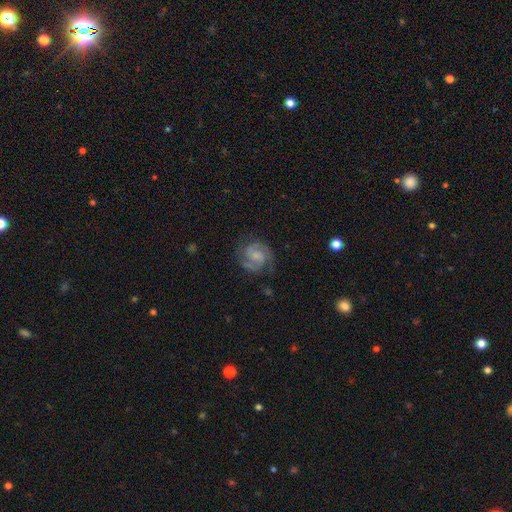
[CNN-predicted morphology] smooth_or_featured: featured or disk (p=0.85) [alt: smooth p=0.09]
disk_edge_on: no (p=0.98) [alt: yes p=0.02]
bar: no (p=0.49) [alt: weak p=0.43]
has_spiral_arms: yes (p=0.97) [alt: no p=0.03]
spiral_winding: medium (p=0.50) [alt: tight p=0.40]
spiral_arm_count: 2 (p=0.89) [alt: can't tell p=0.04]
bulge_size: small (p=0.50) [alt: moderate p=0.29]
merging: none (p=0.76) [alt: minor disturbance p=0.16]